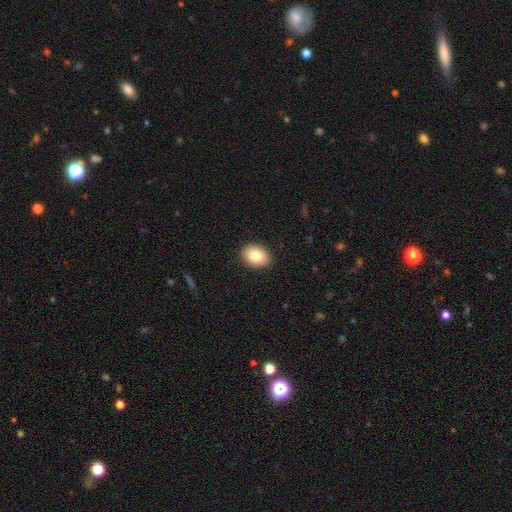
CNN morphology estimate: This is clearly a smooth galaxy (82%). How rounded: likely in between (66%). Merging: clearly none (90%).